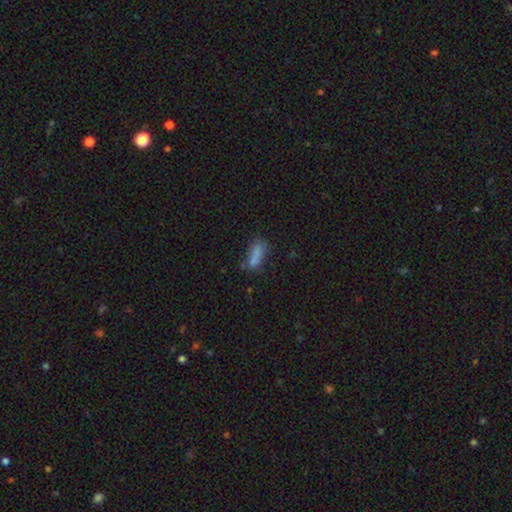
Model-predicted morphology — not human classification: This appears to be a smooth galaxy with no disk features (75%) that is in between round and cigar-shaped (67%). Merging: none (46%).